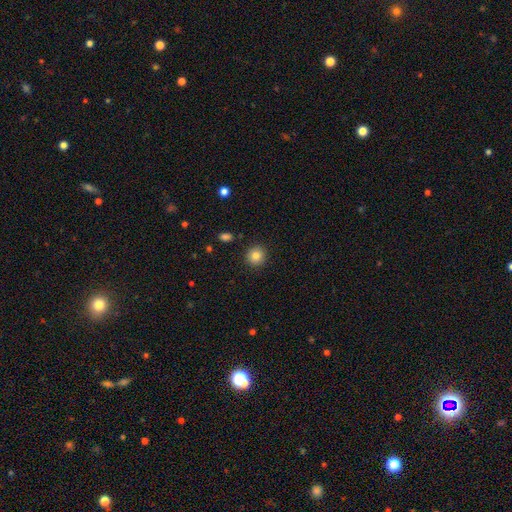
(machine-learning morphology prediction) Overall: smooth (84%). How rounded: round (93%). Merging: none (91%).